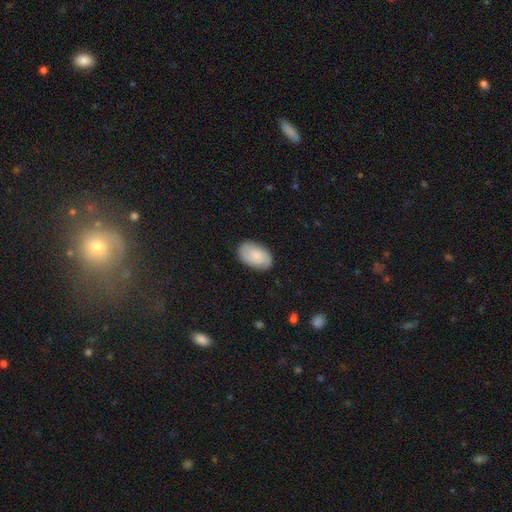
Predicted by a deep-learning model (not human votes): Smooth or featured? smooth (79%)
How rounded? in between (94%)
Merging? none (85%)